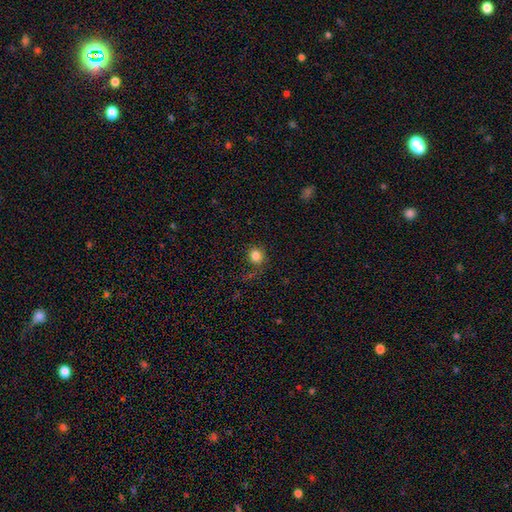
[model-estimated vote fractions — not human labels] Morphology: type=smooth (83%); roundness=round (86%); merging=none (78%).